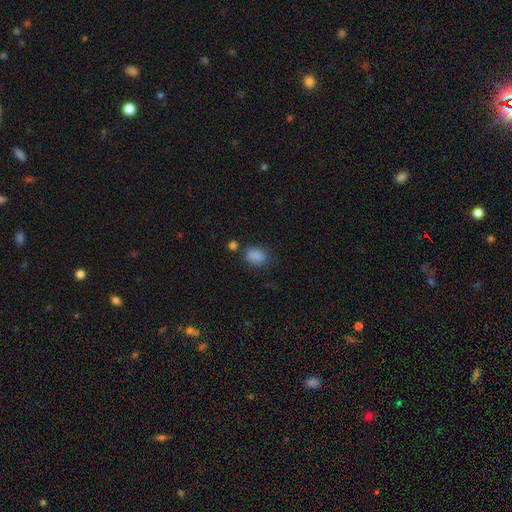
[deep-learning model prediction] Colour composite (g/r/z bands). It shows a smooth galaxy with no disk features (86%) that is in between round and cigar-shaped (75%). Merging: none (71%).